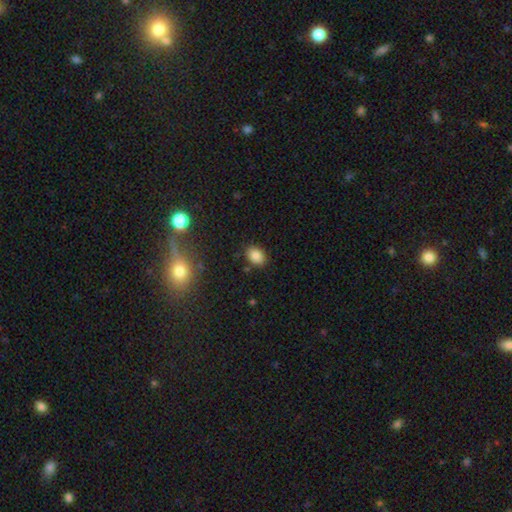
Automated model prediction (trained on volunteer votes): A smooth galaxy with no disk features (83%) that is in between round and cigar-shaped (75%).

Vote fractions:
- Smooth or featured? smooth: 83% / star or artifact: 11% / featured or disk: 6%
- How rounded? in between: 75% / round: 24% / cigar-shaped: 1%
- Merging? none: 85% / minor disturbance: 10% / major disturbance: 3% / merger: 2%